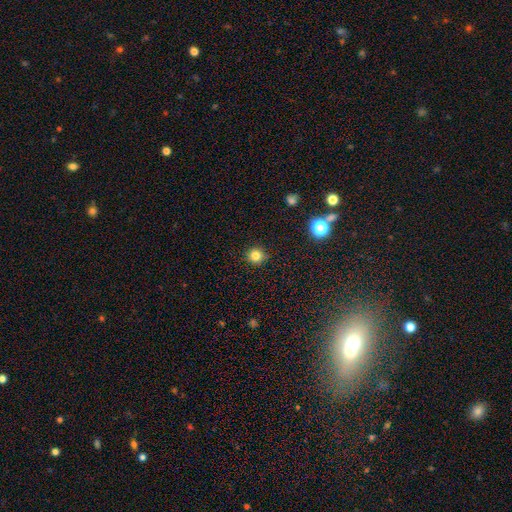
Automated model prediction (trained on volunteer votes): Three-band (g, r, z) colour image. It shows a smooth galaxy with no disk features (81%) that is round (93%). Merging: none (89%).